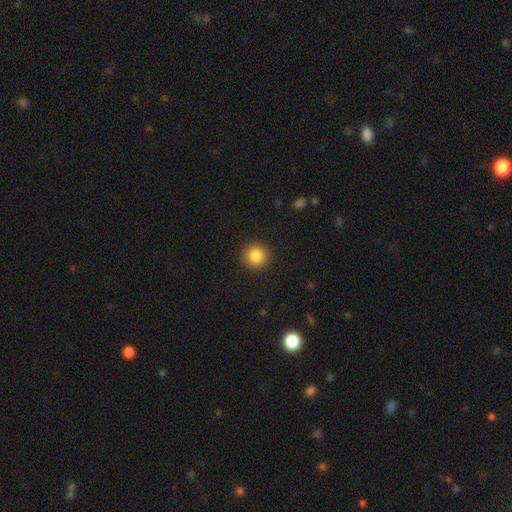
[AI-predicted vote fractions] This appears to be a smooth galaxy with no disk features (85%) that is round (93%). Merging: none (92%).